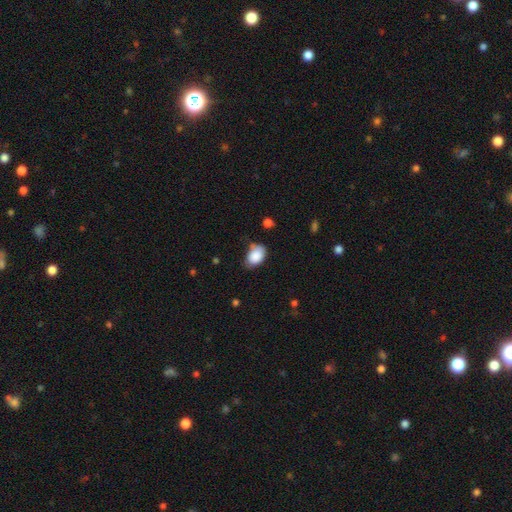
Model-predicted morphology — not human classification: type=smooth (87%); roundness=in between (85%); merging=none (53%).